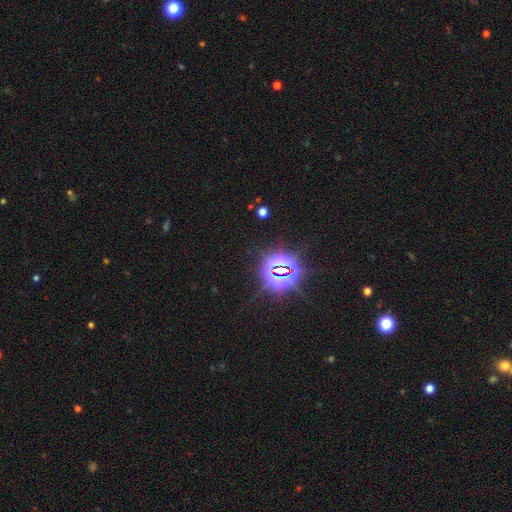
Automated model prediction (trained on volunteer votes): Smooth or featured?
  - star or artifact: 84% *
  - smooth: 9%
  - featured or disk: 7%